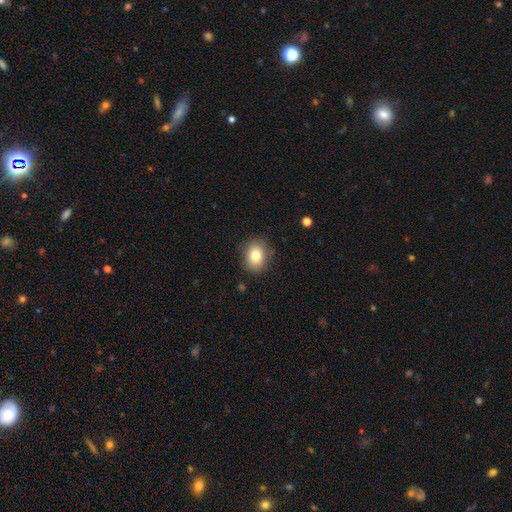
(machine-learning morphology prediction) Q: Smooth or featured?
A: smooth (80%); runner-up: featured or disk (10%)
Q: How rounded?
A: in between (57%); runner-up: round (42%)
Q: Merging?
A: none (85%); runner-up: minor disturbance (11%)